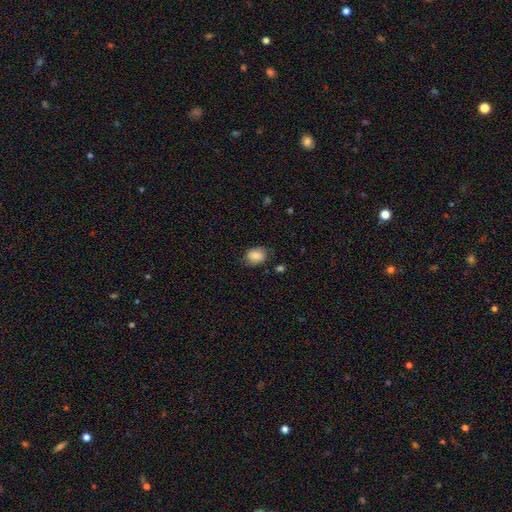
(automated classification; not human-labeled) A smooth galaxy with no disk features (84%) that is in between round and cigar-shaped (65%).

Vote fractions:
- Smooth or featured? smooth: 84% / featured or disk: 8% / star or artifact: 8%
- How rounded? in between: 65% / round: 34% / cigar-shaped: 1%
- Merging? none: 72% / minor disturbance: 21% / major disturbance: 5% / merger: 2%